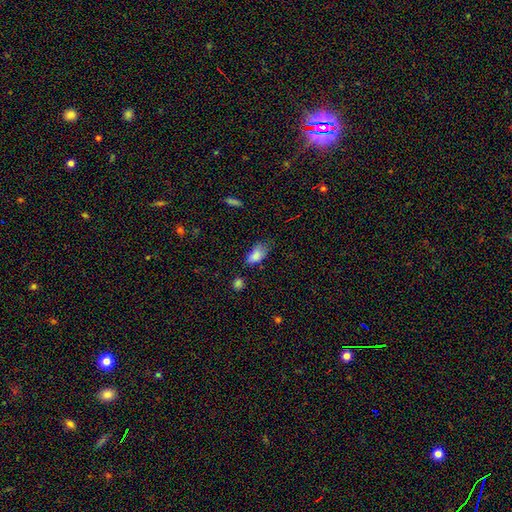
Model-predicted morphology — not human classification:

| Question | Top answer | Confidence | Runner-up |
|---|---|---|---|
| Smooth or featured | smooth | 83% | star or artifact (9%) |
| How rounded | in between | 90% | round (6%) |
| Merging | none | 45% | minor disturbance (38%) |